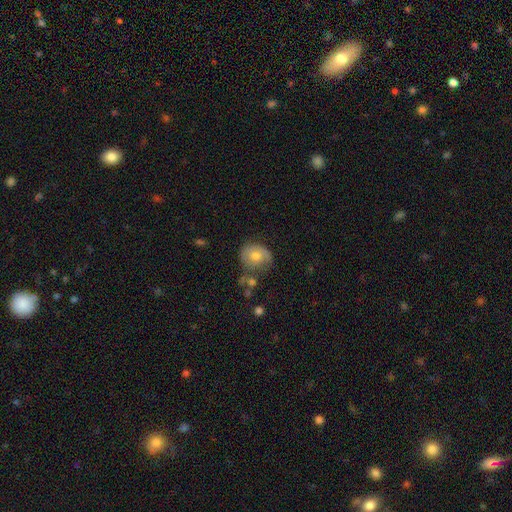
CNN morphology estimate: Smooth or featured? Predicted: featured or disk (p=0.48). Merging? Predicted: none (p=0.59).